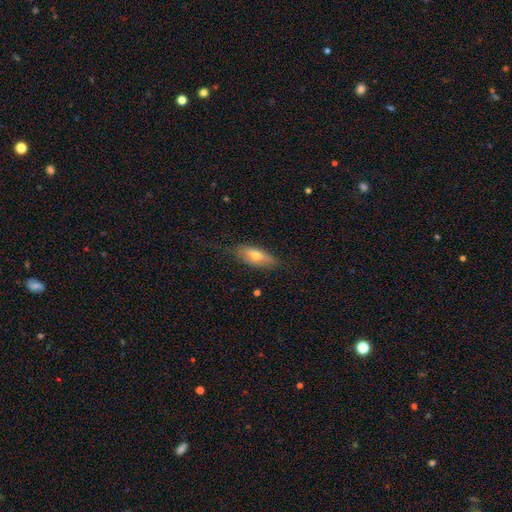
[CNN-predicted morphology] Overall: smooth (61%; featured or disk 32%). How rounded: in between (71%). Merging: none (71%).